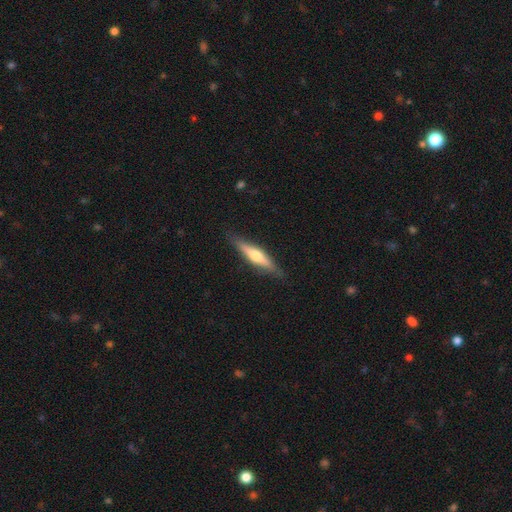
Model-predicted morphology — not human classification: This is possibly a featured or disk galaxy (55%). It is clearly viewed edge-on (94%). Edge-on bulge: clearly rounded (88%). Merging: clearly none (86%).